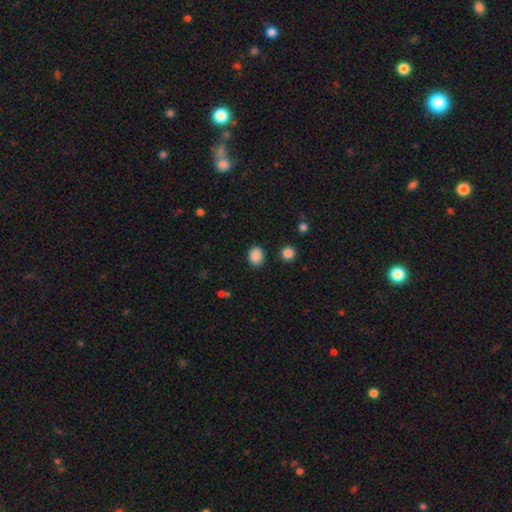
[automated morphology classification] Q: Smooth or featured?
A: smooth (88%); runner-up: star or artifact (9%)
Q: How rounded?
A: round (61%); runner-up: in between (38%)
Q: Merging?
A: none (86%); runner-up: minor disturbance (9%)